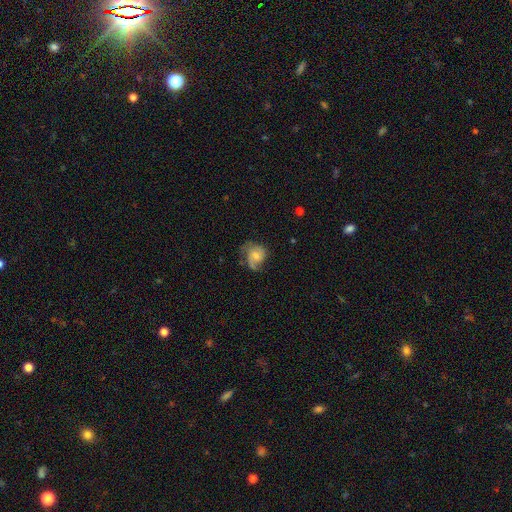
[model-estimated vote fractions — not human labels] A featured or disk galaxy (64%) with no bar (59%), 2 (56%) medium (45%) spiral arms (90%) and a small central bulge (42%). Merging: none (49%).